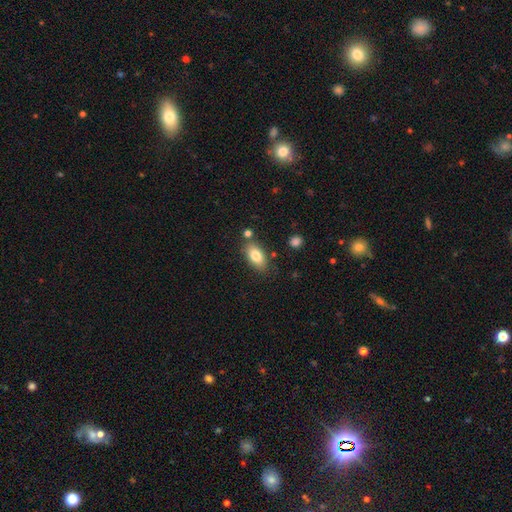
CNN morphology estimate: smooth-or-featured: smooth: 80% | featured or disk: 13% | star or artifact: 7%
  how-rounded: in between: 90% | round: 5% | cigar-shaped: 5%
  merging: none: 77% | minor disturbance: 13% | merger: 6% | major disturbance: 3%